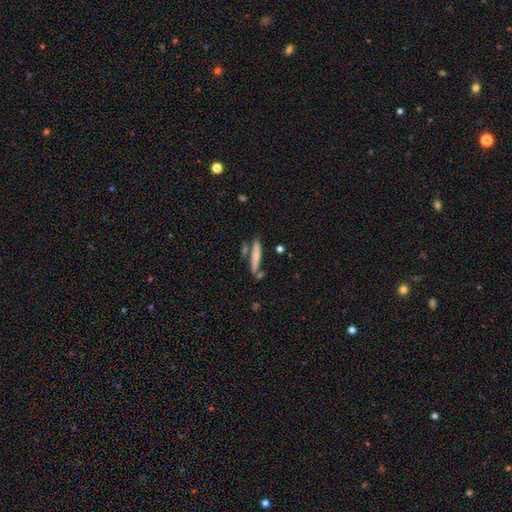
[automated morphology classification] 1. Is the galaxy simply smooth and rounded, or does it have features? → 68% smooth, 25% featured or disk, 7% star or artifact.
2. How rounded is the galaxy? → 89% cigar-shaped, 9% in between, 2% round.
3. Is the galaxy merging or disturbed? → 68% none, 14% merger, 14% minor disturbance, 4% major disturbance.